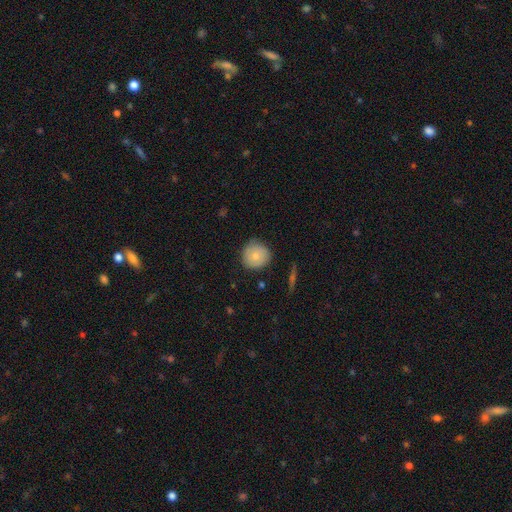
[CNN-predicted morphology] Smooth or featured?
  - smooth: 74% *
  - featured or disk: 19%
  - star or artifact: 7%
How rounded?
  - round: 92% *
  - in between: 7%
  - cigar-shaped: 1%
Merging?
  - none: 78% *
  - minor disturbance: 18%
  - major disturbance: 3%
  - merger: 1%